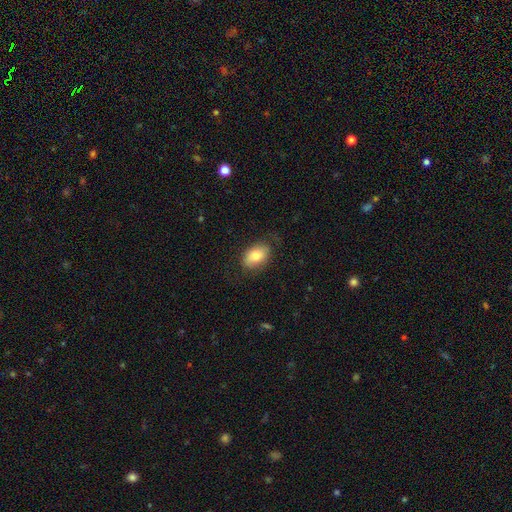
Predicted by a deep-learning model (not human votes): Smooth or featured?
  - smooth: 77% *
  - featured or disk: 16%
  - star or artifact: 7%
How rounded?
  - in between: 88% *
  - round: 10%
  - cigar-shaped: 2%
Merging?
  - none: 77% *
  - minor disturbance: 17%
  - major disturbance: 5%
  - merger: 1%